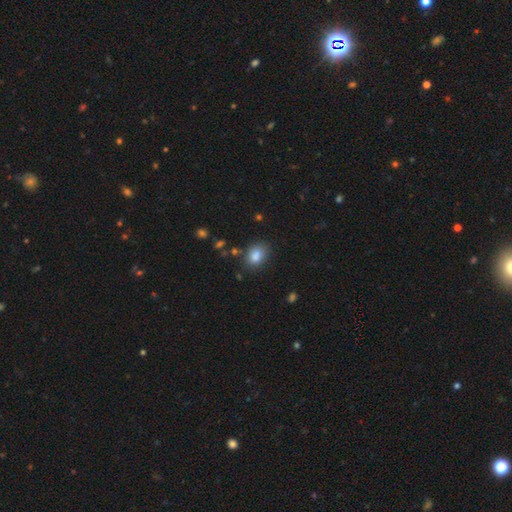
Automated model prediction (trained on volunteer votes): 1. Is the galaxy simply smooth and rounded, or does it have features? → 83% smooth, 10% star or artifact, 7% featured or disk.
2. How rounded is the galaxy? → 72% in between, 27% round, 1% cigar-shaped.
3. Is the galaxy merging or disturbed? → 70% none, 18% minor disturbance, 6% merger, 5% major disturbance.